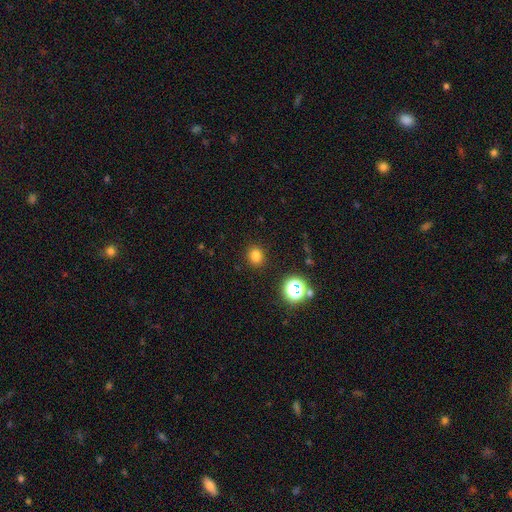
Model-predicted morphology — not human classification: Q: Smooth or featured?
A: smooth (79%); runner-up: star or artifact (17%)
Q: How rounded?
A: round (71%); runner-up: in between (28%)
Q: Merging?
A: none (89%); runner-up: minor disturbance (7%)